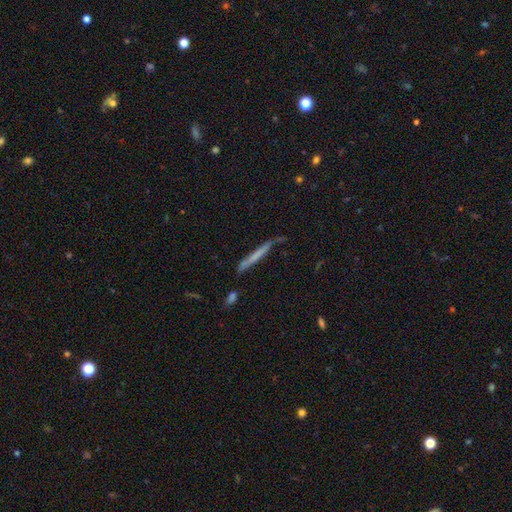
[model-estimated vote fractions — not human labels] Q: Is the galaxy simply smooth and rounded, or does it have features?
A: smooth — 57%.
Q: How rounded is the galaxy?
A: cigar-shaped — 96%.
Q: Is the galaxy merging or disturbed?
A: none — 81%.